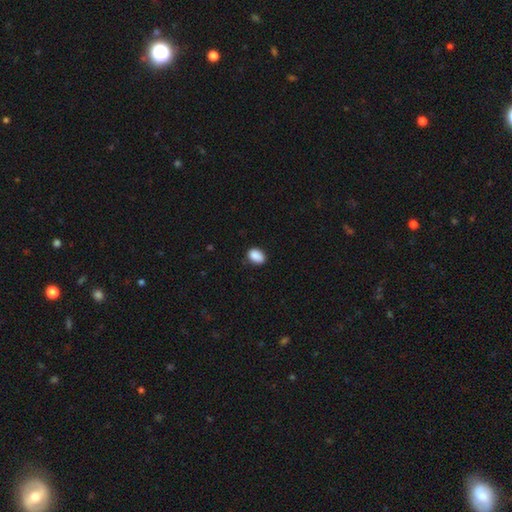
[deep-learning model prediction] smooth 89%, star or artifact 8%, featured or disk 3%. Down the decision tree: how rounded — in between (82%); merging — none (76%).